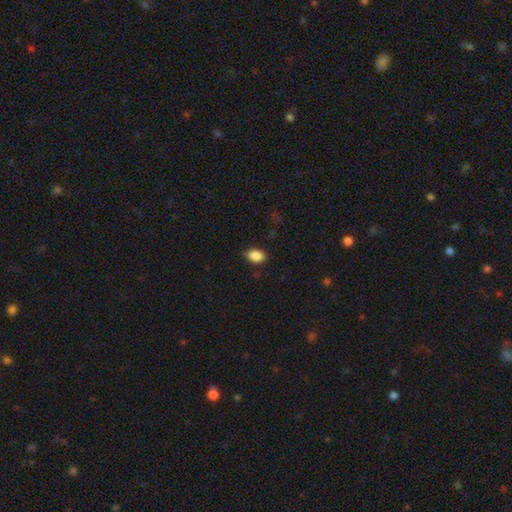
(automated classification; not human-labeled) Morphology: type=smooth (88%); roundness=in between (85%); merging=none (76%).